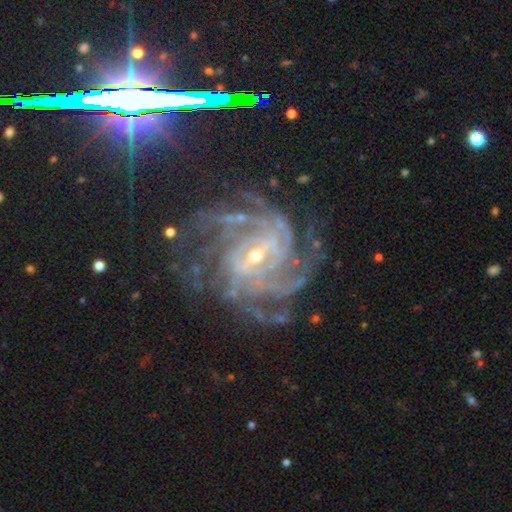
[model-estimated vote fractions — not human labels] The model was most divided on "bar": weak: 45%, strong: 36%, no: 19%. Remaining: spiral arms — yes (98%); edge-on disk — no (98%); smooth or featured — featured or disk (89%); bulge size — small (71%); merging — none (70%); spiral winding — tight (59%); spiral arm count — 4 (29%).